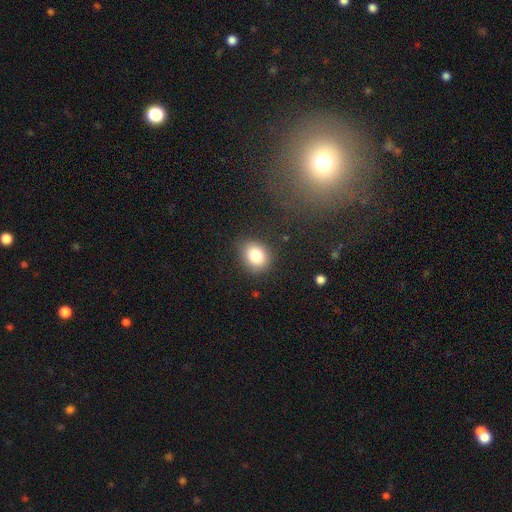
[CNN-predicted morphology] smooth_or_featured: smooth (p=0.83) [alt: star or artifact p=0.10]
how_rounded: round (p=0.56) [alt: in between p=0.43]
merging: none (p=0.82) [alt: minor disturbance p=0.13]